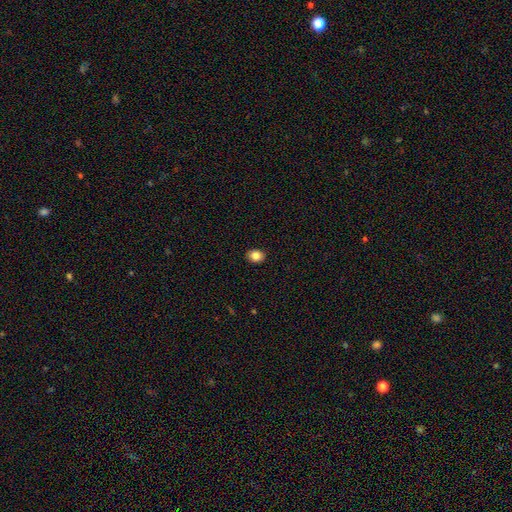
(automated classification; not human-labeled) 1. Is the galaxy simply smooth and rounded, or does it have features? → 84% smooth, 9% star or artifact, 7% featured or disk.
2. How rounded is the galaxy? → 57% in between, 42% round, 1% cigar-shaped.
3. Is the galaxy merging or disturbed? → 90% none, 7% minor disturbance, 2% major disturbance, 1% merger.